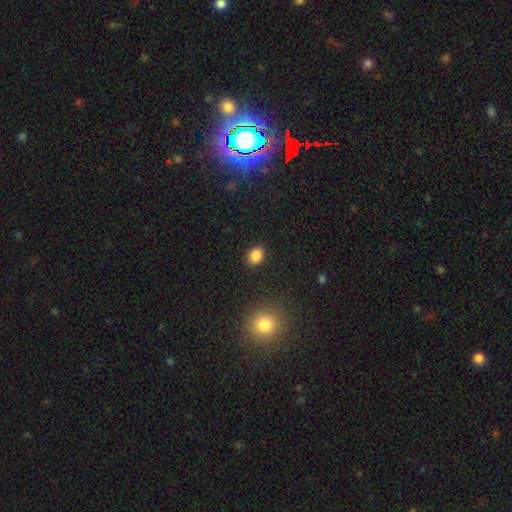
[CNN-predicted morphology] This appears to be a smooth galaxy with no disk features (86%) that is in between round and cigar-shaped (51%). Merging: none (86%).